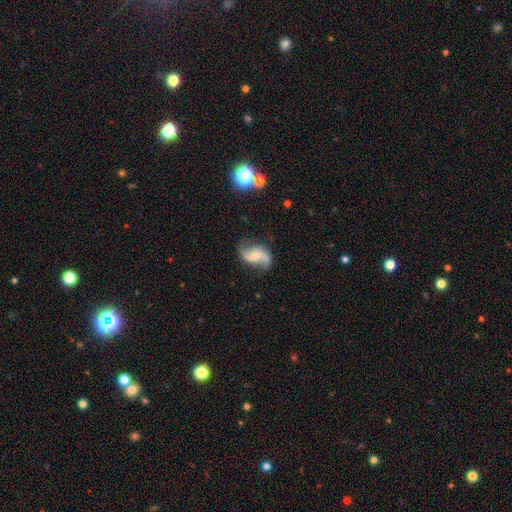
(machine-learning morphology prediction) Overall: featured or disk (83%). Edge-on disk: no (97%). Bar: no (50%; weak 38%). Spiral arms: yes (96%). Spiral arm count: 2 (91%). Spiral winding: loose (63%; medium 29%). Bulge size: small (46%; moderate 43%). Merging: none (70%).